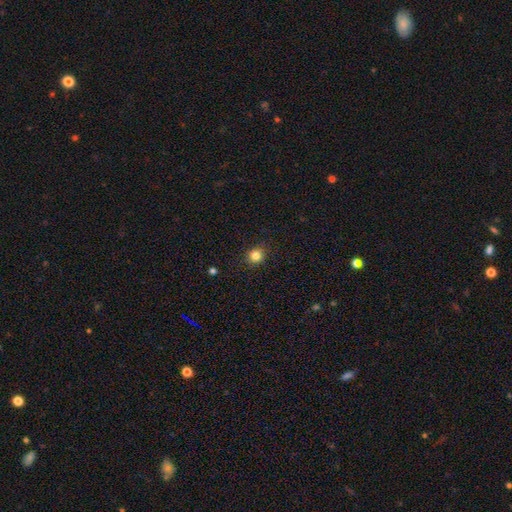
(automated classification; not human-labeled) Smooth or featured? Predicted: smooth (p=0.83). How rounded? Predicted: round (p=0.82). Merging? Predicted: none (p=0.87).